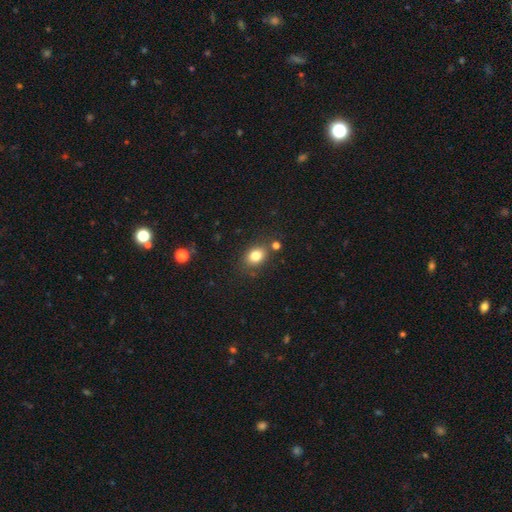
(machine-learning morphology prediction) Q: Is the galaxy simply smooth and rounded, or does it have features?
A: smooth — 81%.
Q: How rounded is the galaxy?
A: in between — 61%.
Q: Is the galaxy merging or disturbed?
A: none — 76%.